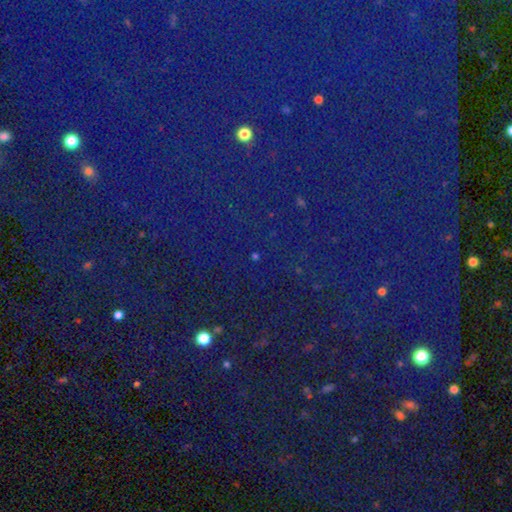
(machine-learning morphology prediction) This appears to be a star or artifact, not a galaxy (81%).